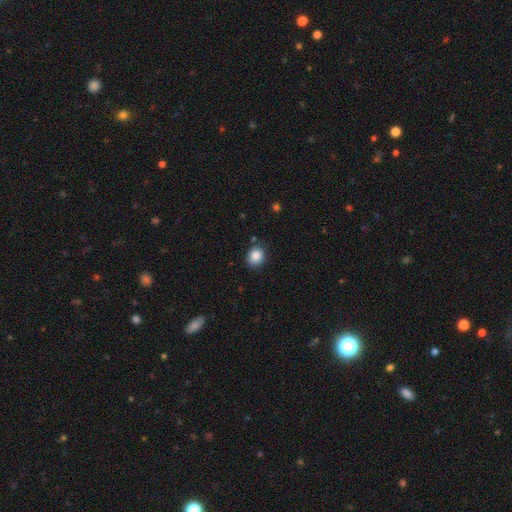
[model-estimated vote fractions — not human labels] This is clearly a smooth galaxy (85%). How rounded: likely round (69%). Merging: clearly none (82%).